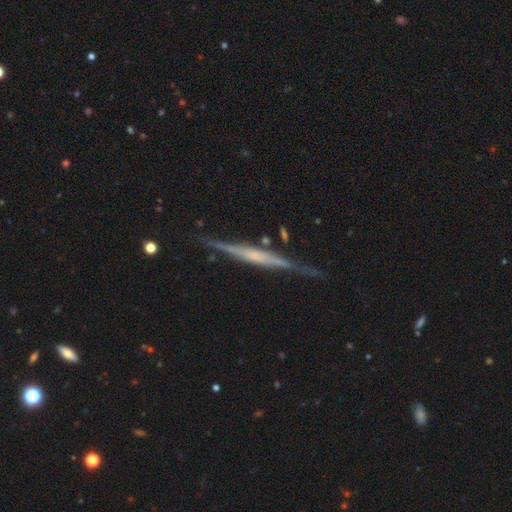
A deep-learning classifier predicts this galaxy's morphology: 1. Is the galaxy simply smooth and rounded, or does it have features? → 78% featured or disk, 17% smooth, 6% star or artifact.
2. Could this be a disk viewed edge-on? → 97% yes, 3% no.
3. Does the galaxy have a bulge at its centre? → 36% none, 35% boxy, 29% rounded.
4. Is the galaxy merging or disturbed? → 78% none, 15% minor disturbance, 4% major disturbance, 3% merger.